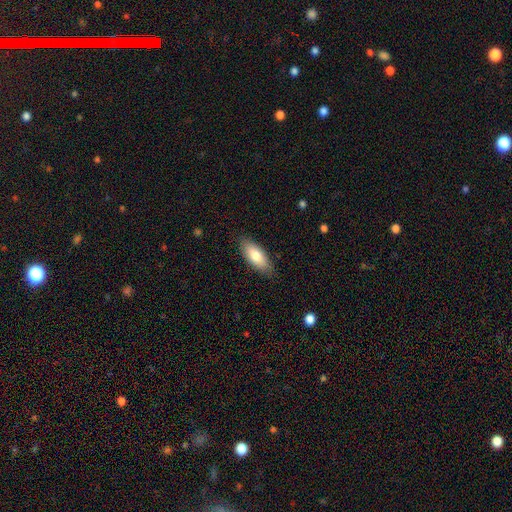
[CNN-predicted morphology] Smooth or featured?
  - smooth: 78% *
  - featured or disk: 16%
  - star or artifact: 6%
How rounded?
  - in between: 81% *
  - cigar-shaped: 17%
  - round: 2%
Merging?
  - none: 85% *
  - minor disturbance: 12%
  - major disturbance: 2%
  - merger: 1%